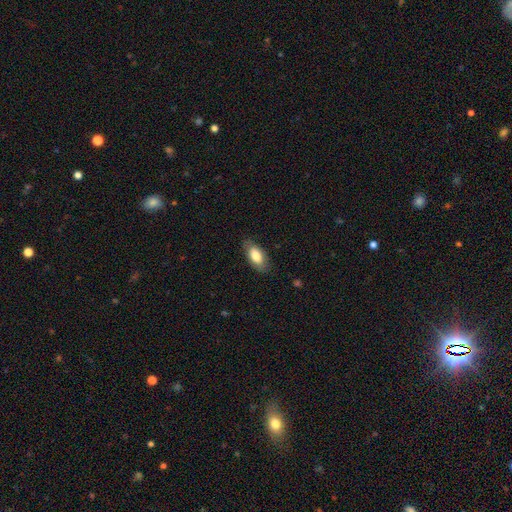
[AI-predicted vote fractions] A smooth galaxy with no disk features (78%) that is in between round and cigar-shaped (90%). Merging: none (82%).